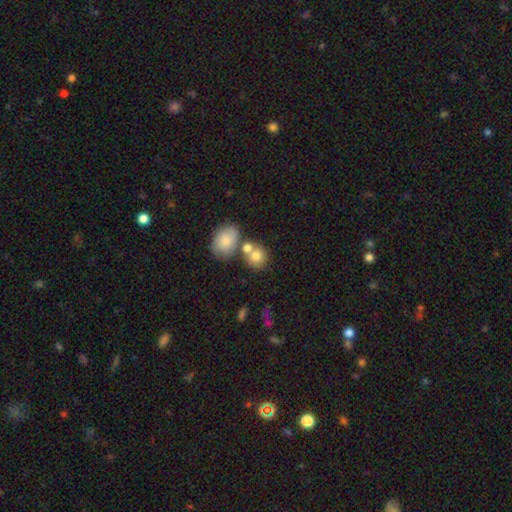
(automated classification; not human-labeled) Morphology: type=smooth (77%); roundness=round (72%); merging=none (47%).